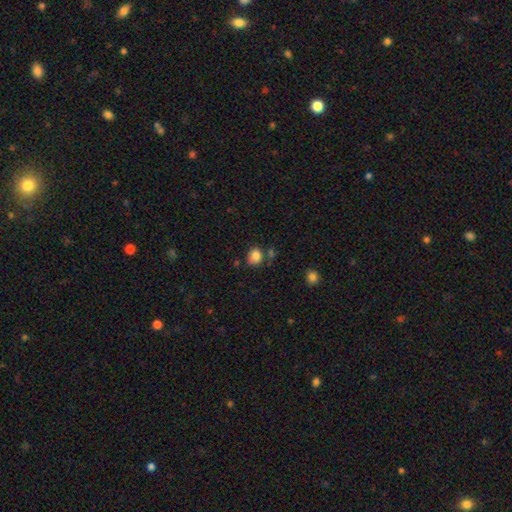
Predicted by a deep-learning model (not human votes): This is clearly a smooth galaxy (83%). How rounded: likely round (68%). Merging: likely none (71%).